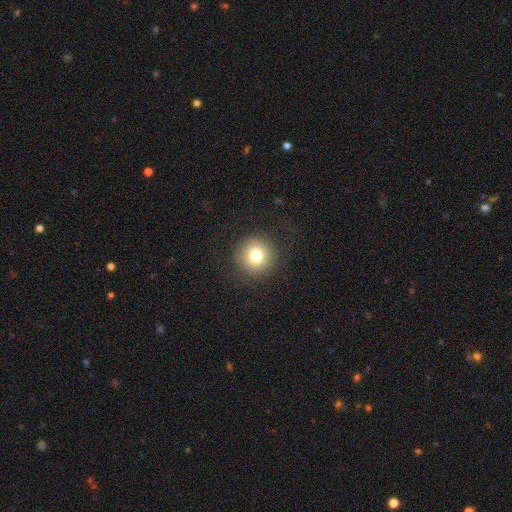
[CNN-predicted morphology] A smooth galaxy with no disk features (77%) that is round (95%). Merging: none (89%).